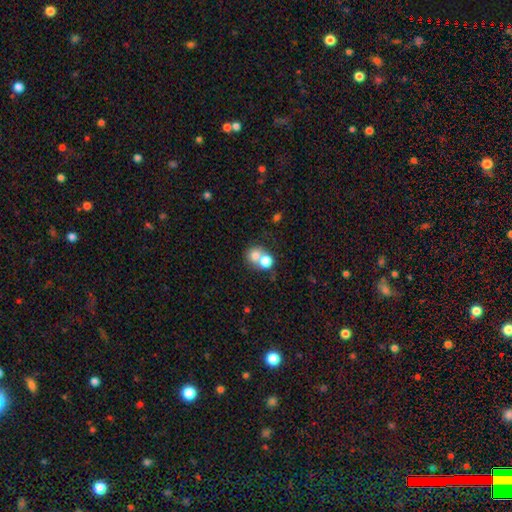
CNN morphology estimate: This appears to be a smooth galaxy with no disk features (73%) that is round (75%). Merging: merger (63%).